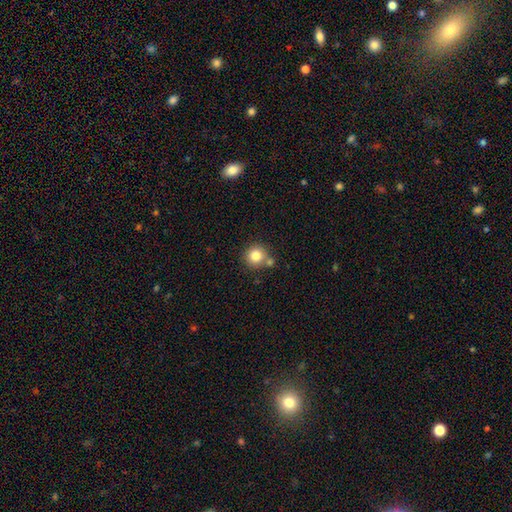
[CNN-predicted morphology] smooth 81%, star or artifact 11%, featured or disk 8%. Down the decision tree: how rounded — round (92%); merging — none (68%).